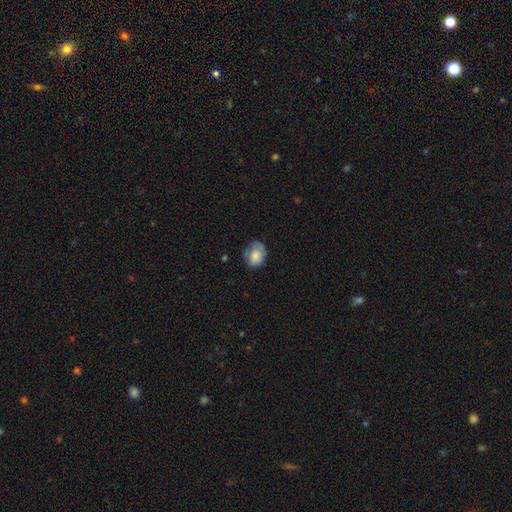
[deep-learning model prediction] The model was most divided on "how rounded": round: 51%, in between: 48%, cigar-shaped: 1%. More confident: smooth or featured — smooth (73%); merging — none (54%).